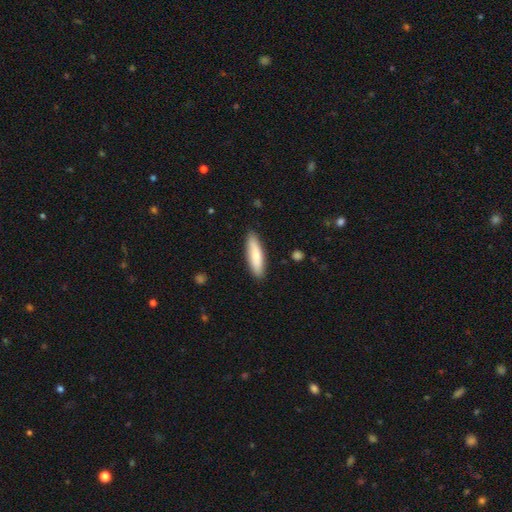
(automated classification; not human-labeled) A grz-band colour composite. It shows a smooth galaxy with no disk features (81%) that is cigar-shaped (62%). Merging: none (88%).